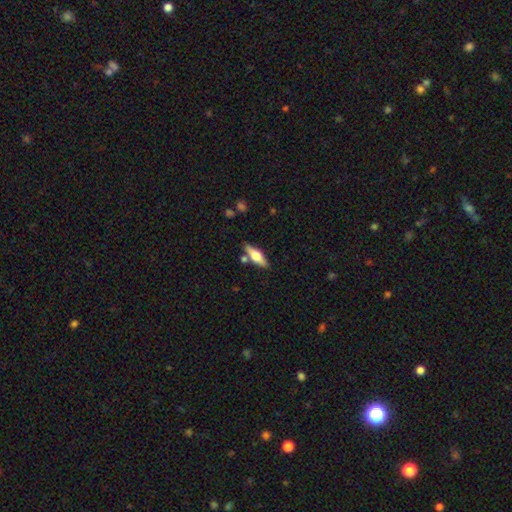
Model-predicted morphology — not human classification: Q: Smooth or featured?
A: smooth (47%); tied with: featured or disk (47%)
Q: Merging?
A: none (77%); runner-up: minor disturbance (12%)